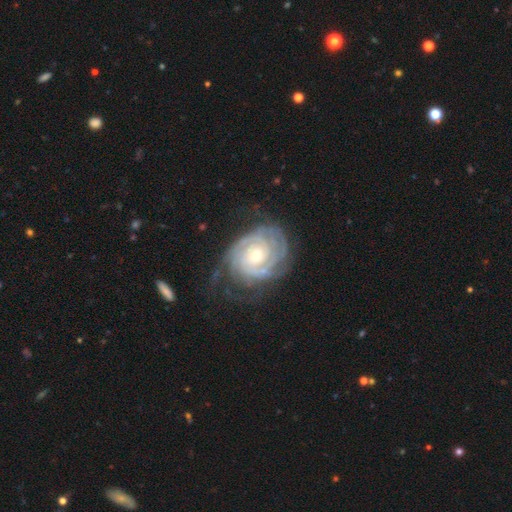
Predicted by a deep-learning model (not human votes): Morphology: type=featured or disk (88%); edge-on=no (97%); bar=no (74%); spiral arms=yes (97%); winding=tight (80%); arm count=can't tell (30%); bulge=moderate (51%); merging=none (64%).